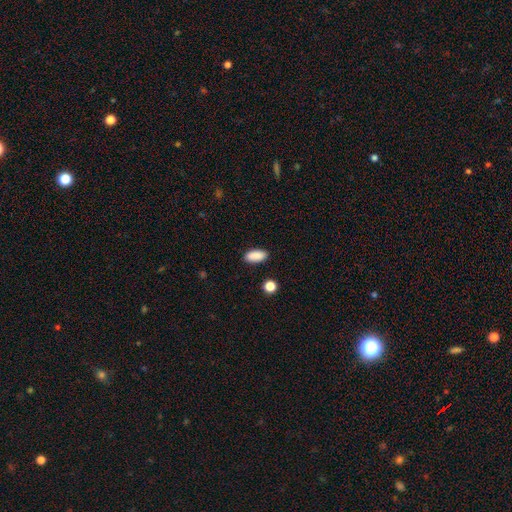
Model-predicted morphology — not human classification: Overall: smooth (90%). How rounded: in between (87%). Merging: none (89%).